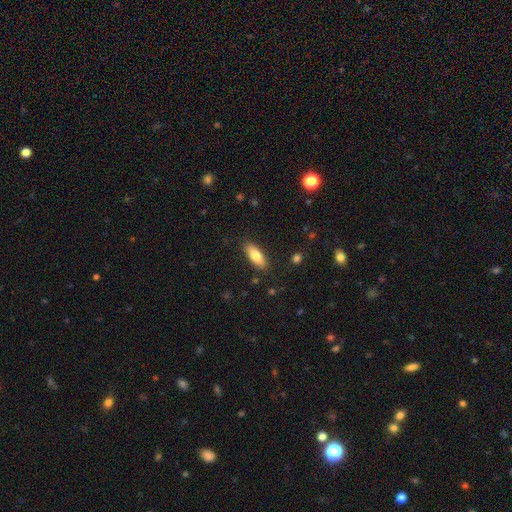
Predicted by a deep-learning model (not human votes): Q: Smooth or featured?
A: smooth (78%); runner-up: featured or disk (15%)
Q: How rounded?
A: in between (73%); runner-up: cigar-shaped (25%)
Q: Merging?
A: none (86%); runner-up: minor disturbance (10%)